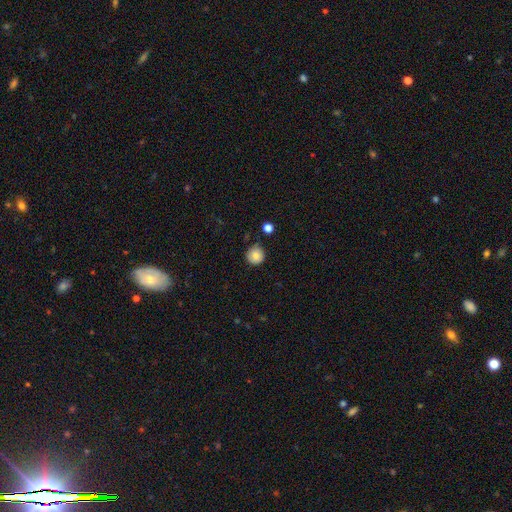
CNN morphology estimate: Smooth or featured?
  - smooth: 82% *
  - star or artifact: 9%
  - featured or disk: 8%
How rounded?
  - round: 95% *
  - in between: 4%
  - cigar-shaped: 1%
Merging?
  - none: 84% *
  - minor disturbance: 11%
  - merger: 3%
  - major disturbance: 2%